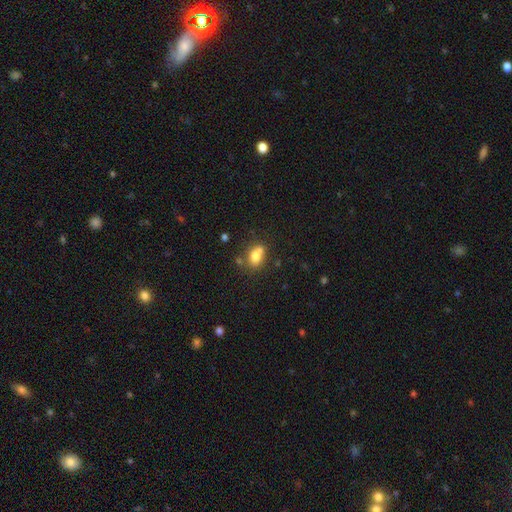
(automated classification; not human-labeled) Q: Smooth or featured?
A: smooth (75%); runner-up: featured or disk (14%)
Q: How rounded?
A: in between (64%); runner-up: round (34%)
Q: Merging?
A: none (43%); runner-up: merger (35%)